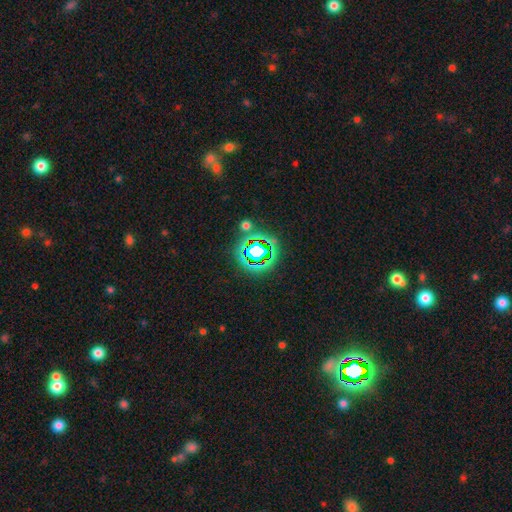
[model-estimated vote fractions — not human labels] This is likely a star or artifact rather than a galaxy (73%).